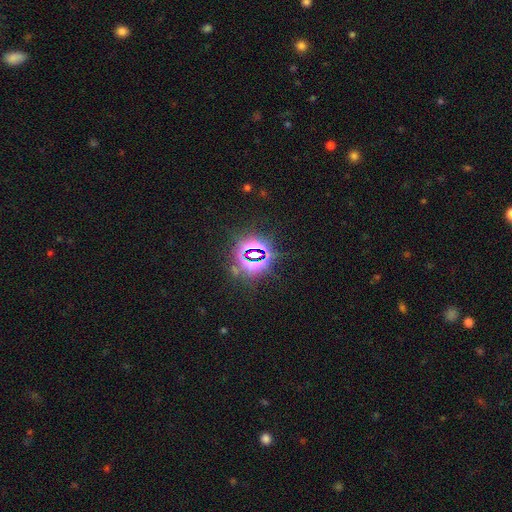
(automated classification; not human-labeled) smooth-or-featured: star or artifact: 81% | smooth: 11% | featured or disk: 8%